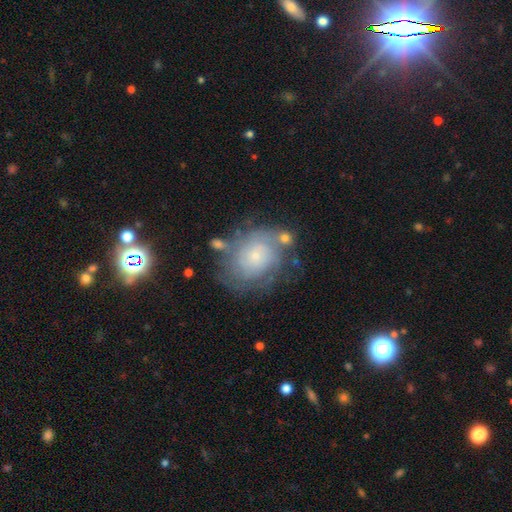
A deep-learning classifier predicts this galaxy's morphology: Smooth or featured? featured or disk (66%)
Edge-on disk? no (97%)
Bar? no (82%)
Spiral arms? yes (82%)
Spiral winding? tight (68%)
Spiral arm count? can't tell (55%)
Bulge size? small (79%)
Merging? none (61%)